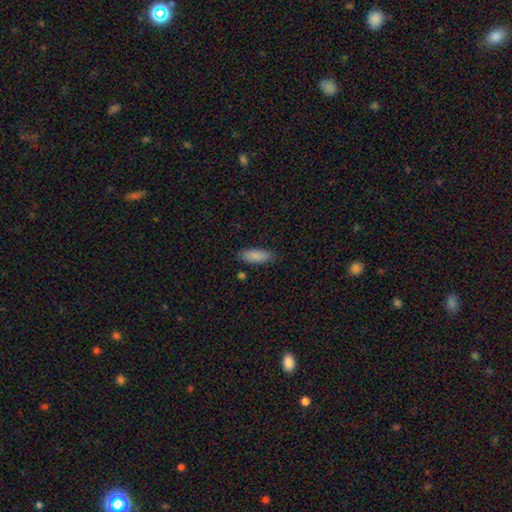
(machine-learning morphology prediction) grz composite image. It shows a smooth galaxy with no disk features (87%) that is in between round and cigar-shaped (74%). Merging: none (82%).